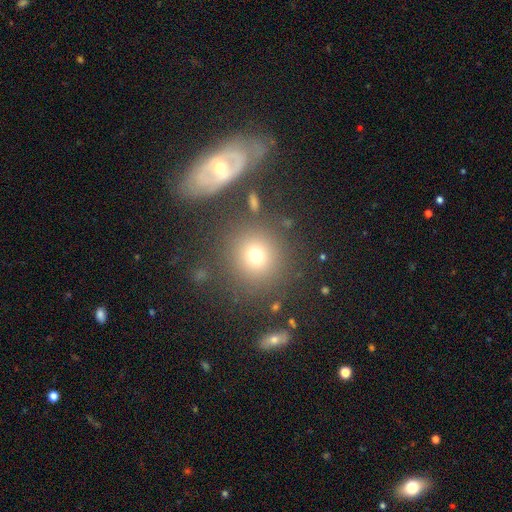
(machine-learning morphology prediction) Smooth or featured?
  - smooth: 73% *
  - star or artifact: 16%
  - featured or disk: 11%
How rounded?
  - round: 90% *
  - in between: 9%
  - cigar-shaped: 1%
Merging?
  - none: 80% *
  - minor disturbance: 9%
  - merger: 6%
  - major disturbance: 5%